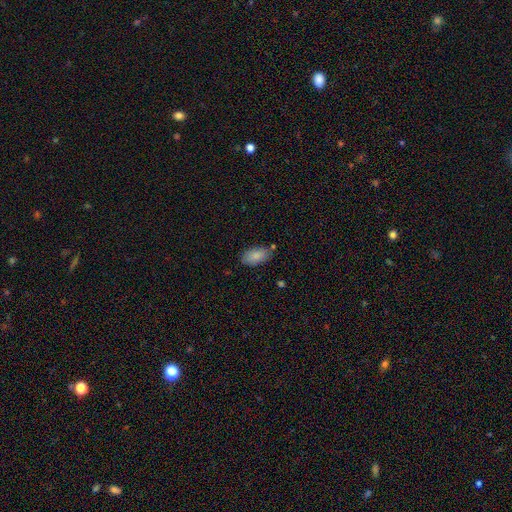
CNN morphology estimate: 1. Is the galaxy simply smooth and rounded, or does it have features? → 85% smooth, 8% featured or disk, 7% star or artifact.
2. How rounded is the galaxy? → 94% in between, 4% round, 2% cigar-shaped.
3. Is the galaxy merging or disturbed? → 77% none, 15% minor disturbance, 4% merger, 3% major disturbance.